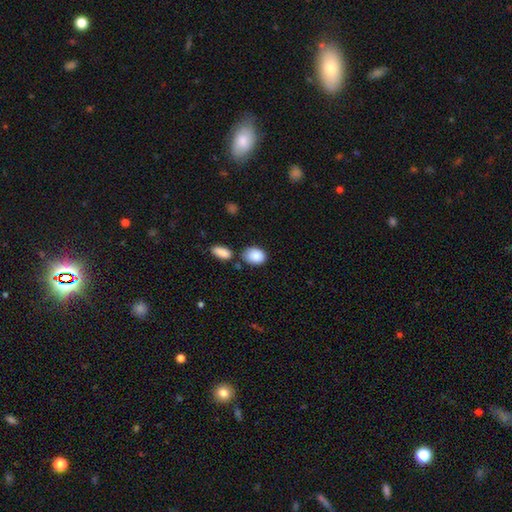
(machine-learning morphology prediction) This appears to be a smooth galaxy with no disk features (88%) that is in between round and cigar-shaped (72%). Merging: none (65%).